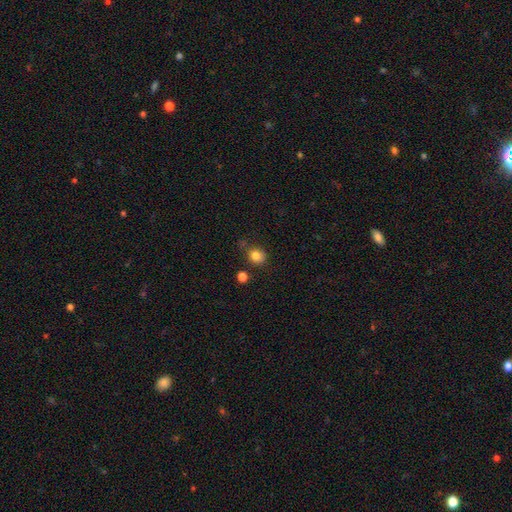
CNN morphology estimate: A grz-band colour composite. It shows a smooth galaxy with no disk features (82%) that is round (76%). Merging: none (74%).